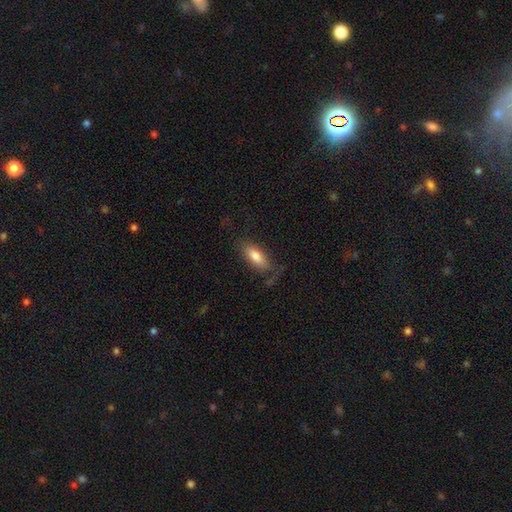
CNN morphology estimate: smooth 75%, featured or disk 19%, star or artifact 6%. Down the decision tree: how rounded — in between (73%); merging — none (65%).